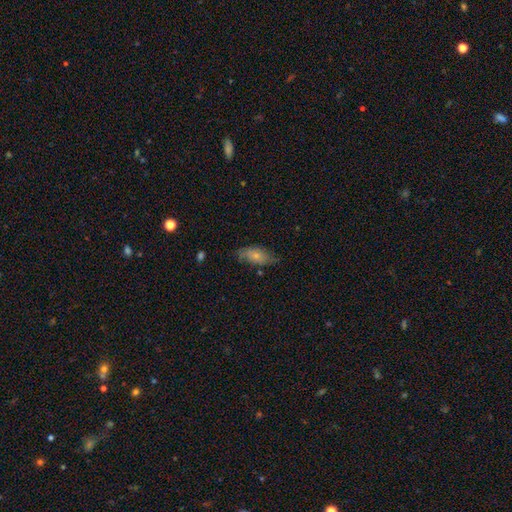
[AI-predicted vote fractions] smooth 61%, featured or disk 32%, star or artifact 7%. Down the decision tree: how rounded — in between (88%); merging — none (59%).